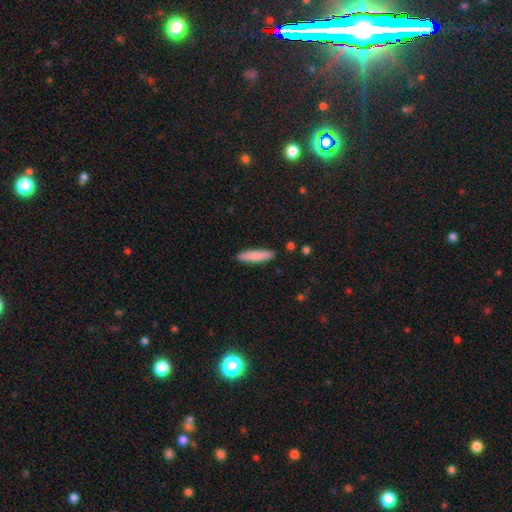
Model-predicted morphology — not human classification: smooth_or_featured: smooth (p=0.83) [alt: featured or disk p=0.11]
how_rounded: cigar-shaped (p=0.83) [alt: in between p=0.16]
merging: none (p=0.89) [alt: minor disturbance p=0.08]